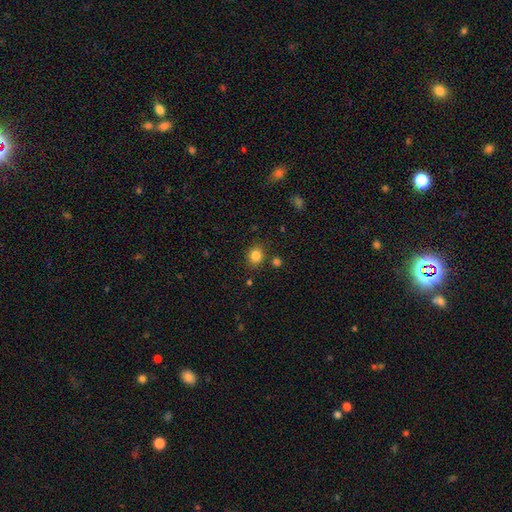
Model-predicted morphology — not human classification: Smooth or featured?
  - smooth: 84% *
  - star or artifact: 12%
  - featured or disk: 5%
How rounded?
  - round: 73% *
  - in between: 26%
  - cigar-shaped: 1%
Merging?
  - none: 82% *
  - minor disturbance: 10%
  - merger: 5%
  - major disturbance: 3%